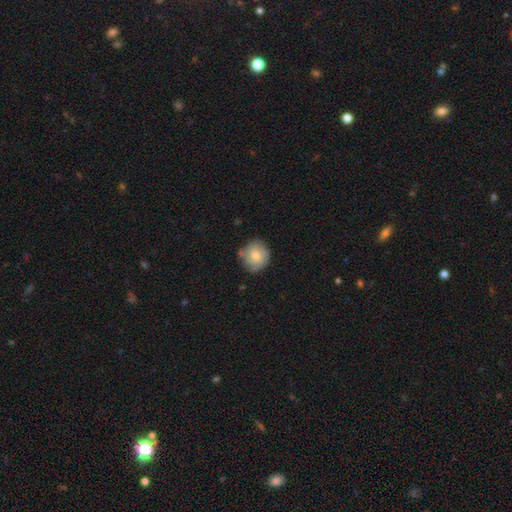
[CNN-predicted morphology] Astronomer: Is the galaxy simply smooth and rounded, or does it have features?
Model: smooth — 60%.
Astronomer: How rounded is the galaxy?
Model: round — 85%.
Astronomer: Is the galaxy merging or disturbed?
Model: none — 70%.